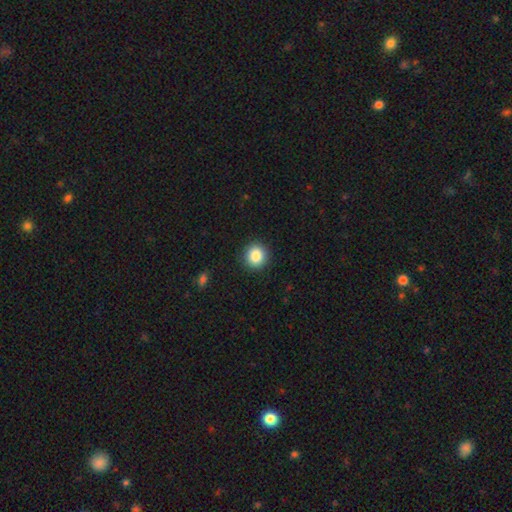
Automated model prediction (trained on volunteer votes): This appears to be a smooth galaxy with no disk features (86%) that is round (90%). Merging: none (91%).